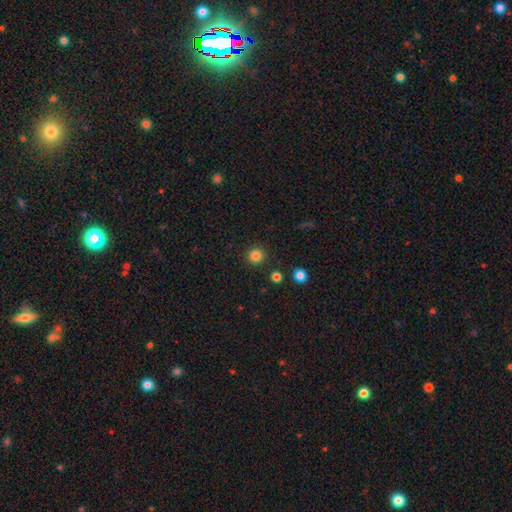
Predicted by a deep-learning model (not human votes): Smooth or featured? Predicted: smooth (p=0.84). How rounded? Predicted: round (p=0.94). Merging? Predicted: none (p=0.90).